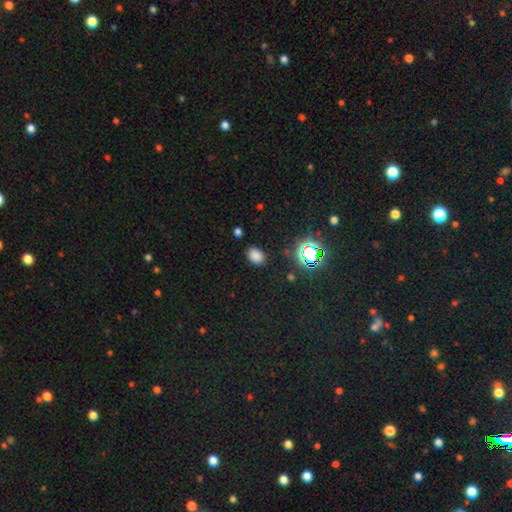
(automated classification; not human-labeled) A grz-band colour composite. It shows a smooth galaxy with no disk features (76%) that is in between round and cigar-shaped (67%). Merging: none (84%).